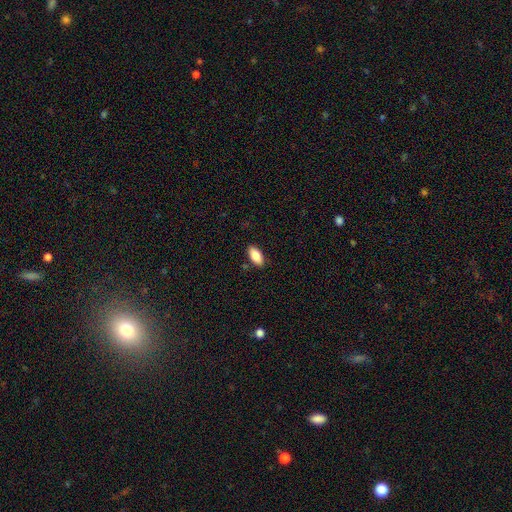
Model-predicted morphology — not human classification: This appears to be a smooth galaxy with no disk features (84%) that is in between round and cigar-shaped (90%). Merging: none (86%).